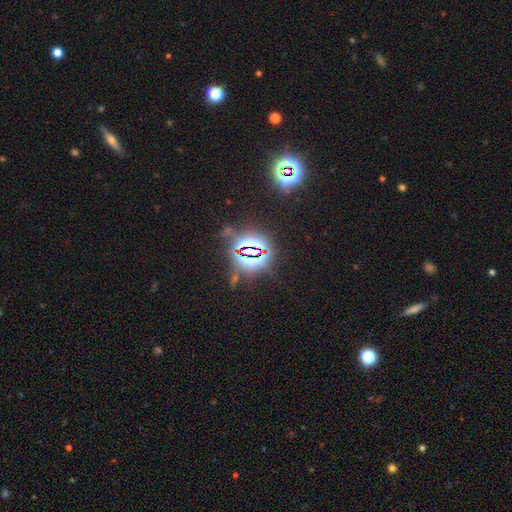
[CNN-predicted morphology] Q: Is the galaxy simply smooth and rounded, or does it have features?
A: star or artifact — 82%.